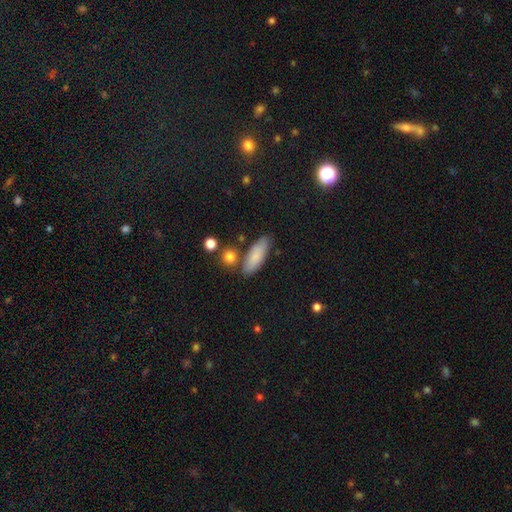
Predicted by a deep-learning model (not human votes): A smooth galaxy with no disk features (83%) that is in between round and cigar-shaped (64%).

Vote fractions:
- Smooth or featured? smooth: 83% / featured or disk: 11% / star or artifact: 6%
- How rounded? in between: 64% / cigar-shaped: 33% / round: 3%
- Merging? none: 77% / minor disturbance: 13% / merger: 7% / major disturbance: 3%